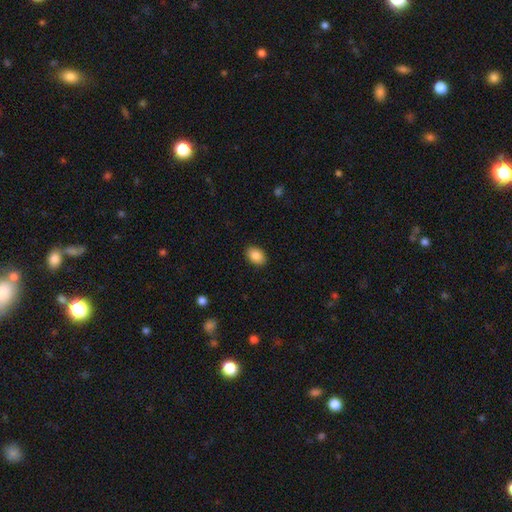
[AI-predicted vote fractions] Smooth or featured?
  - smooth: 87% *
  - star or artifact: 8%
  - featured or disk: 5%
How rounded?
  - in between: 80% *
  - round: 19%
  - cigar-shaped: 1%
Merging?
  - none: 90% *
  - minor disturbance: 7%
  - major disturbance: 2%
  - merger: 1%